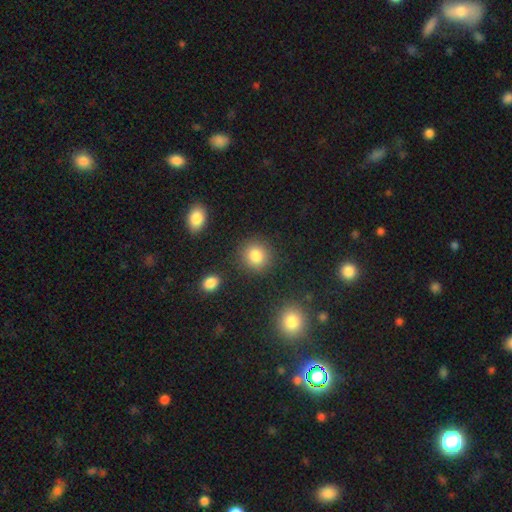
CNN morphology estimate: Overall: smooth (84%). How rounded: round (87%). Merging: none (86%).